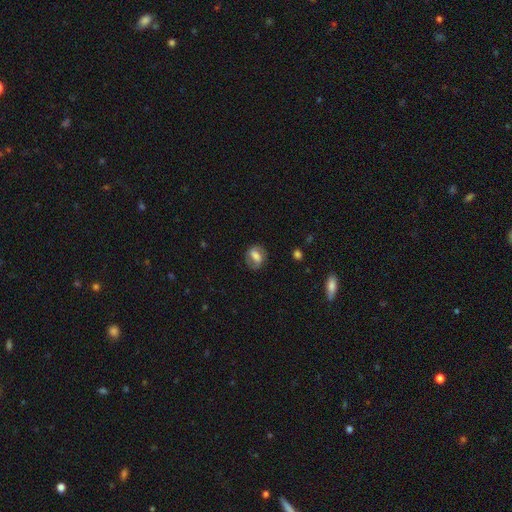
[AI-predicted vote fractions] smooth 46%, featured or disk 45%, star or artifact 8%. Down the decision tree: merging — none (73%).